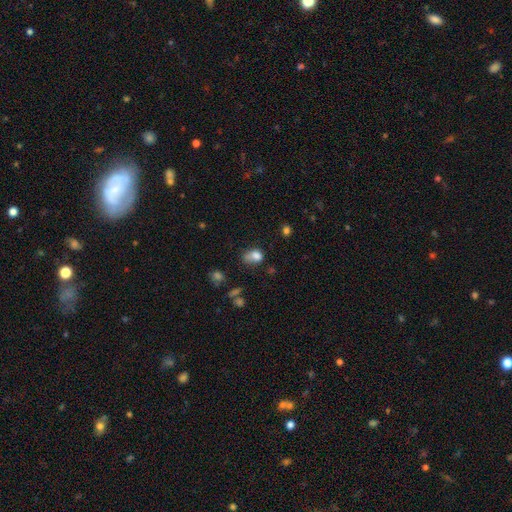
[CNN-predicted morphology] The model was most divided on "merging": none: 34%, minor disturbance: 30%, major disturbance: 20%, merger: 16%. More confident: smooth or featured — smooth (76%); how rounded — in between (64%).